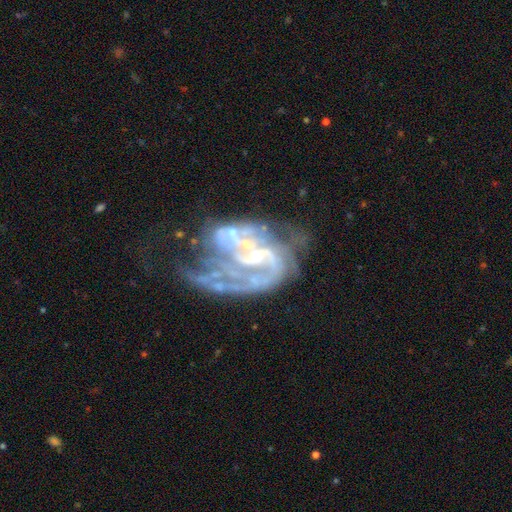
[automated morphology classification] featured or disk 87%, star or artifact 8%, smooth 5%. Down the decision tree: edge-on disk — no (98%); bar — no (42%); spiral arms — yes (88%); spiral arm count — 2 (43%); spiral winding — medium (44%); bulge size — small (62%); merging — major disturbance (38%).